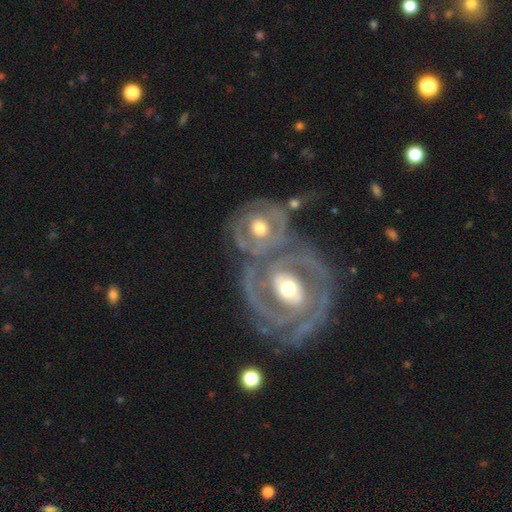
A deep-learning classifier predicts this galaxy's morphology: smooth-or-featured: featured or disk: 86% | smooth: 9% | star or artifact: 5%
  disk-edge-on: no: 96% | yes: 4%
    bar: no: 39% | weak: 35% | strong: 26%
    has-spiral-arms: yes: 92% | no: 8%
      spiral-winding: tight: 68% | medium: 27% | loose: 5%
      spiral-arm-count: 2: 50% | can't tell: 20% | 3: 16% | 1: 6% | 4: 5% | more than 4: 4%
    bulge-size: moderate: 69% | small: 21% | large: 8% | none: 1% | dominant: 1%
  merging: merger: 54% | none: 29% | minor disturbance: 10% | major disturbance: 7%